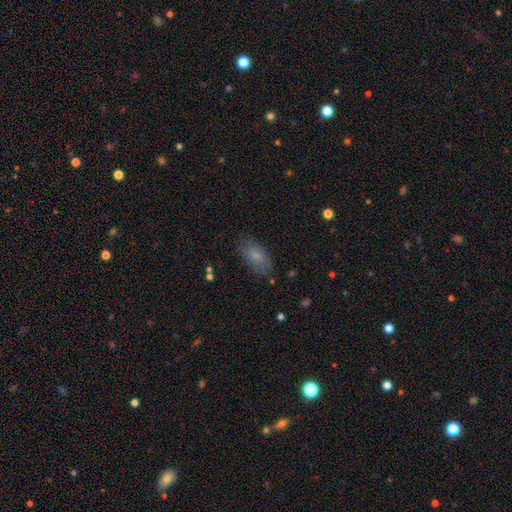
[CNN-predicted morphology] Q: Smooth or featured?
A: smooth (77%); runner-up: featured or disk (15%)
Q: How rounded?
A: in between (92%); runner-up: cigar-shaped (5%)
Q: Merging?
A: none (81%); runner-up: minor disturbance (14%)